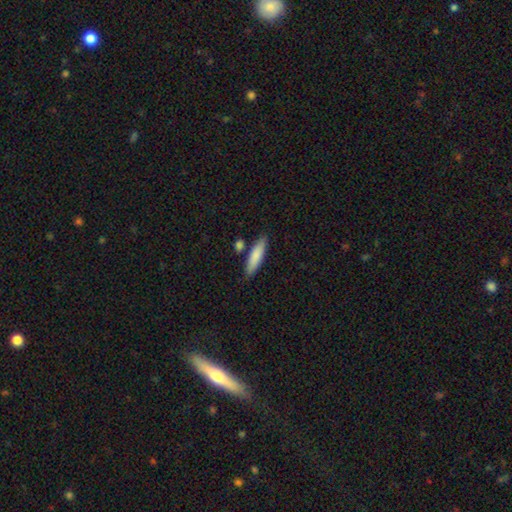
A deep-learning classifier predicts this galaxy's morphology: This appears to be a smooth galaxy with no disk features (82%) that is cigar-shaped (72%). Merging: none (80%).